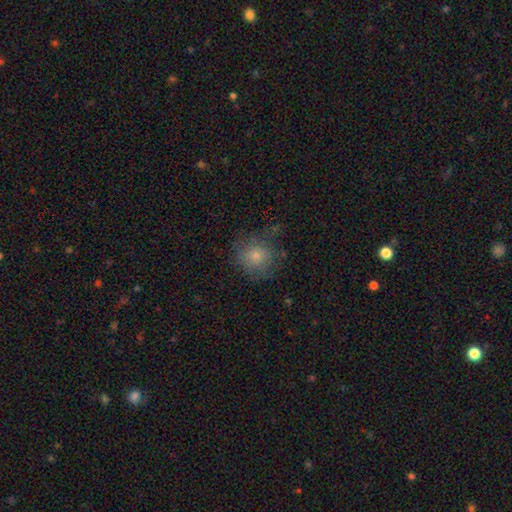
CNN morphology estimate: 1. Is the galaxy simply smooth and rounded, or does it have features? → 68% smooth, 18% featured or disk, 14% star or artifact.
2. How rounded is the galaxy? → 85% round, 14% in between, 1% cigar-shaped.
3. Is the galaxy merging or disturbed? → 66% none, 21% minor disturbance, 12% major disturbance, 2% merger.